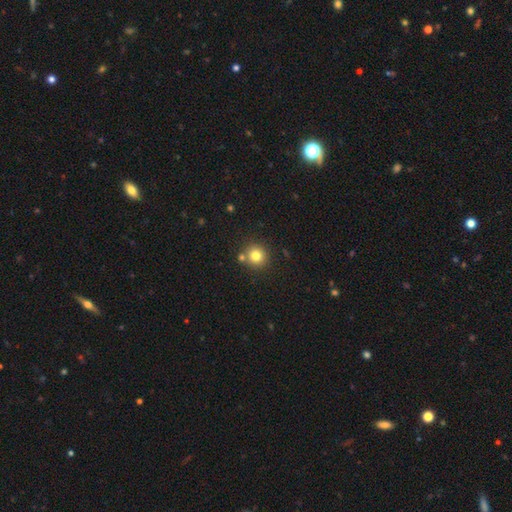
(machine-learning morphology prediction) A smooth galaxy with no disk features (79%) that is round (93%).

Vote fractions:
- Smooth or featured? smooth: 79% / star or artifact: 13% / featured or disk: 8%
- How rounded? round: 93% / in between: 6% / cigar-shaped: 1%
- Merging? none: 79% / merger: 11% / minor disturbance: 8% / major disturbance: 2%